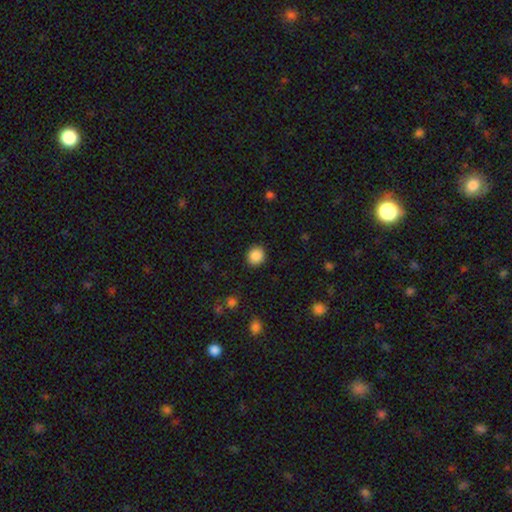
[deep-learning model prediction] smooth_or_featured: smooth (p=0.88) [alt: star or artifact p=0.09]
how_rounded: round (p=0.84) [alt: in between p=0.15]
merging: none (p=0.91) [alt: minor disturbance p=0.06]